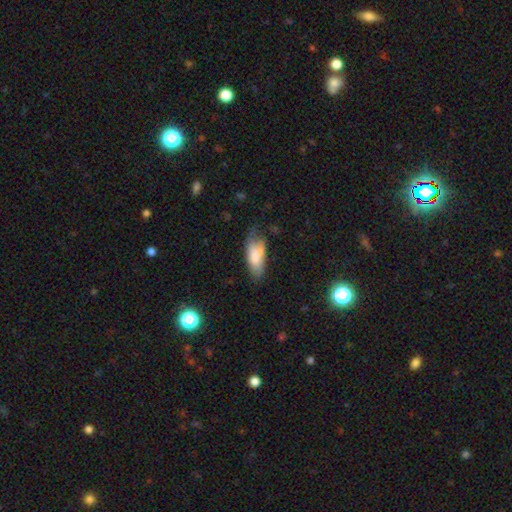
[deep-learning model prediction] smooth_or_featured: smooth (p=0.79) [alt: featured or disk p=0.14]
how_rounded: in between (p=0.86) [alt: cigar-shaped p=0.12]
merging: none (p=0.41) [alt: minor disturbance p=0.38]